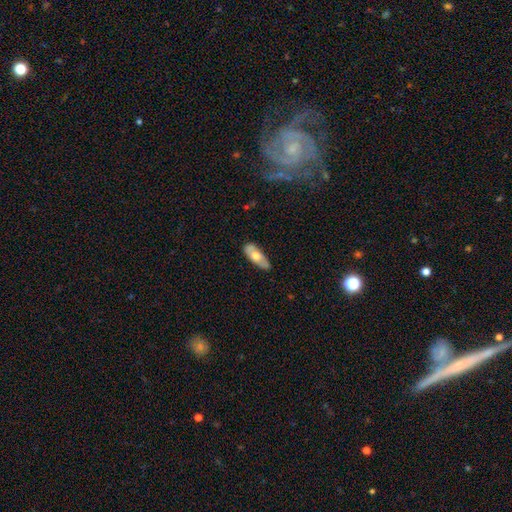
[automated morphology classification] The model was most divided on "smooth or featured": smooth: 59%, featured or disk: 35%, star or artifact: 5%. More confident: merging — none (79%); how rounded — in between (77%).